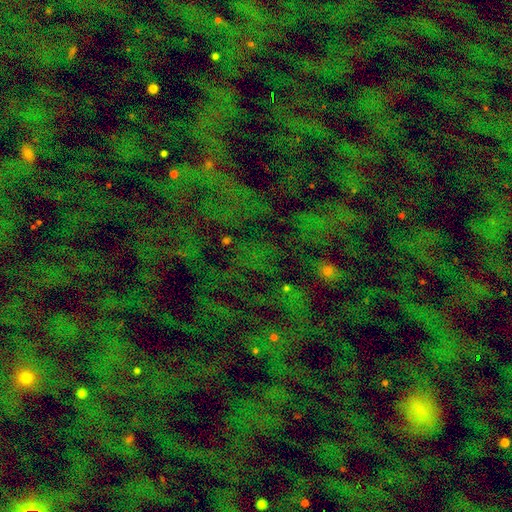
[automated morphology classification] Smooth or featured?
  - star or artifact: 73% *
  - smooth: 17%
  - featured or disk: 10%